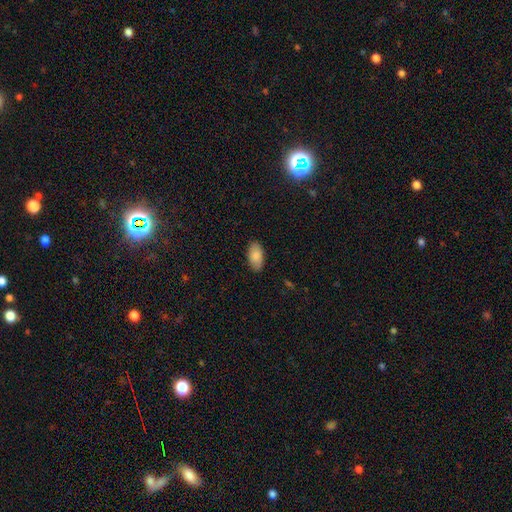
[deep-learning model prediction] Smooth or featured: smooth — 87% (featured or disk — 6%)
How rounded: in between — 94% (cigar-shaped — 3%)
Merging: none — 87% (minor disturbance — 10%)